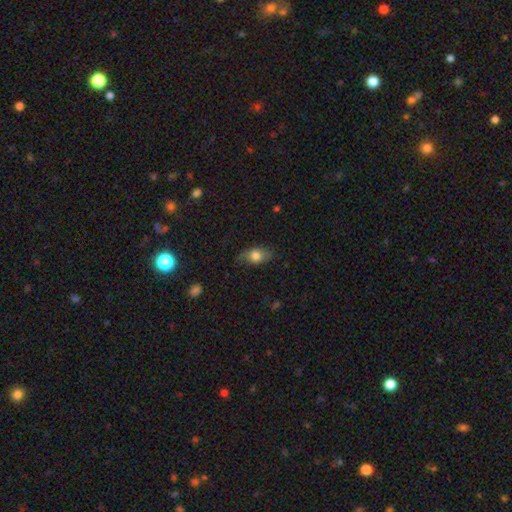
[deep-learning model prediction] Morphology: type=smooth (74%); roundness=in between (83%); merging=none (71%).